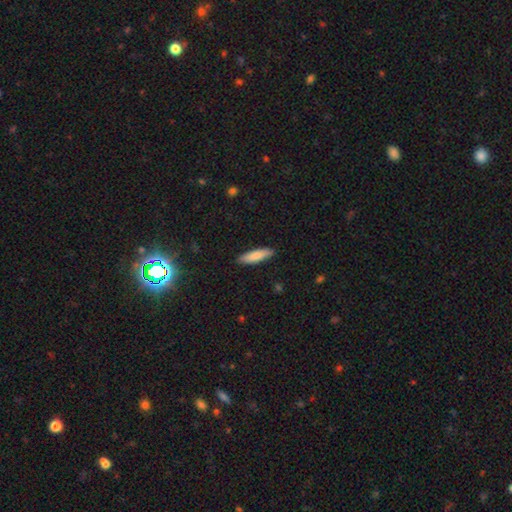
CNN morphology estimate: This appears to be a smooth galaxy with no disk features (83%) that is cigar-shaped (69%). Merging: none (89%).